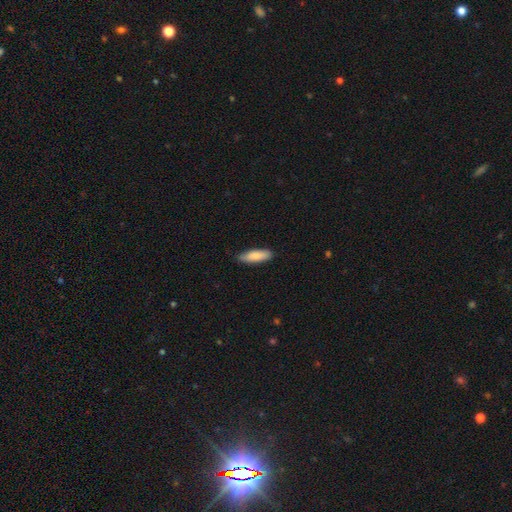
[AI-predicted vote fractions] A smooth galaxy with no disk features (85%) that is in between round and cigar-shaped (52%). Merging: none (82%).